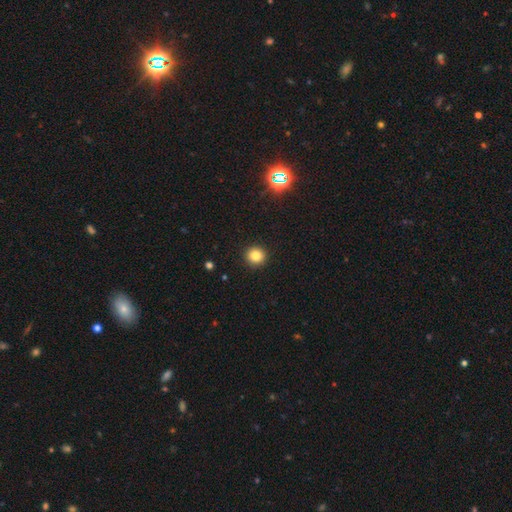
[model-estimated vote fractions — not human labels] The model was most divided on "smooth or featured": smooth: 81%, star or artifact: 13%, featured or disk: 6%. More confident: how rounded — round (94%); merging — none (93%).